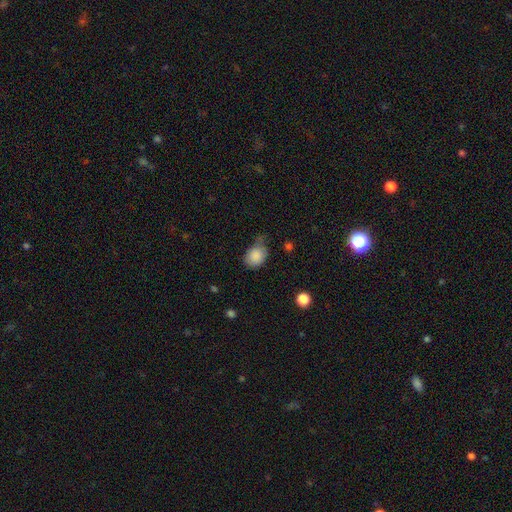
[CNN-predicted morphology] smooth 86%, star or artifact 8%, featured or disk 6%. Down the decision tree: how rounded — in between (60%); merging — none (44%).